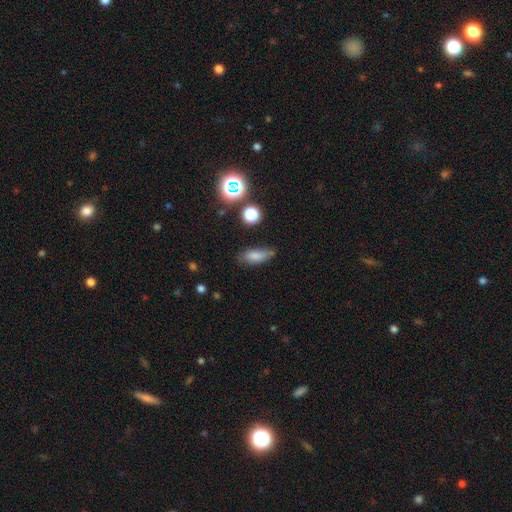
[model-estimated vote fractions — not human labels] smooth-or-featured: smooth: 77% | star or artifact: 13% | featured or disk: 10%
  how-rounded: in between: 71% | cigar-shaped: 24% | round: 5%
  merging: none: 64% | minor disturbance: 25% | major disturbance: 7% | merger: 5%